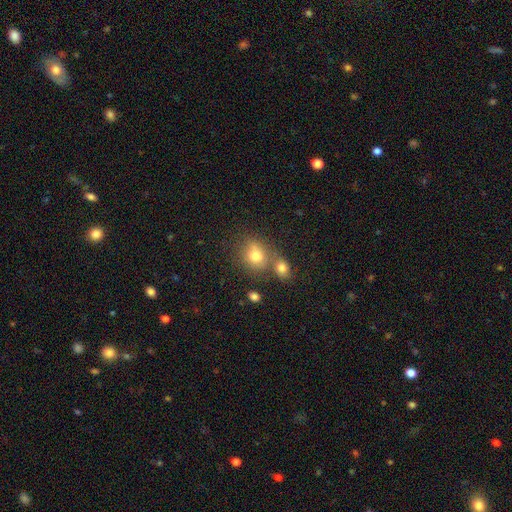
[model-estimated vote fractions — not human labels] Q: Smooth or featured?
A: smooth (75%); runner-up: featured or disk (13%)
Q: How rounded?
A: round (57%); runner-up: in between (42%)
Q: Merging?
A: none (43%); runner-up: merger (38%)